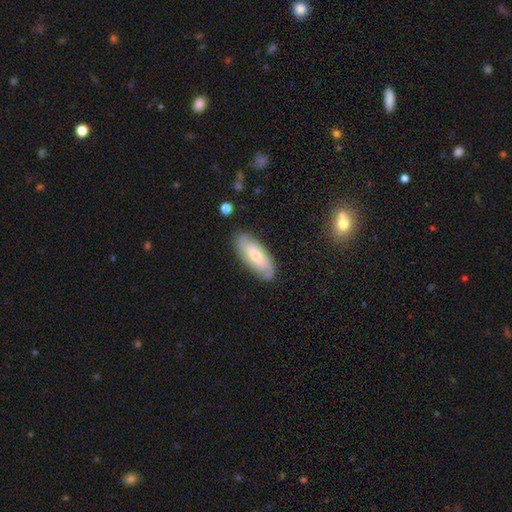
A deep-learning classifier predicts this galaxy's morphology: Overall: featured or disk (53%; smooth 41%). Edge-on disk: no (86%). Merging: none (80%).